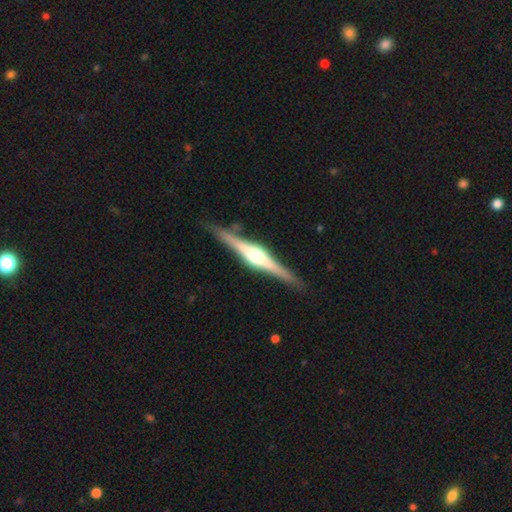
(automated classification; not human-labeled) A featured or disk galaxy (84%) viewed edge-on (98%) with a rounded central bulge (92%). Merging: none (87%).